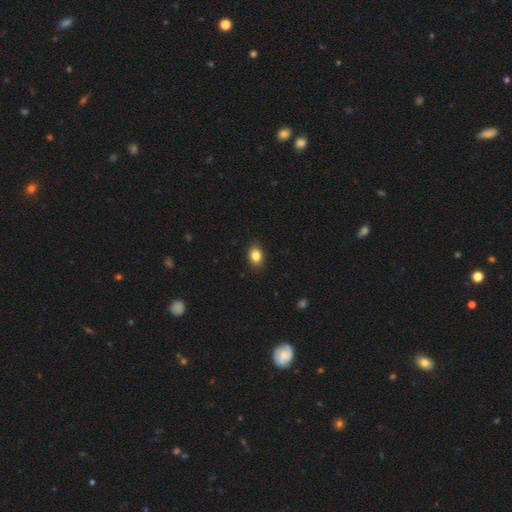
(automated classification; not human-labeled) A smooth galaxy with no disk features (85%) that is in between round and cigar-shaped (72%).

Vote fractions:
- Smooth or featured? smooth: 85% / star or artifact: 9% / featured or disk: 6%
- How rounded? in between: 72% / round: 27% / cigar-shaped: 1%
- Merging? none: 88% / minor disturbance: 9% / major disturbance: 2% / merger: 1%